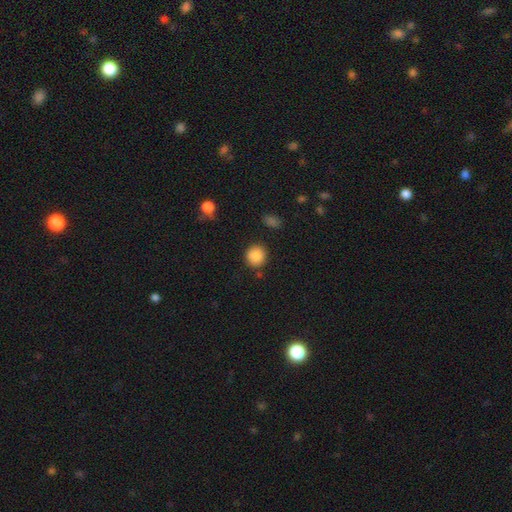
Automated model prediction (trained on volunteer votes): smooth-or-featured: smooth: 88% | star or artifact: 9% | featured or disk: 4%
  how-rounded: round: 90% | in between: 9% | cigar-shaped: 1%
  merging: none: 86% | minor disturbance: 8% | merger: 3% | major disturbance: 3%